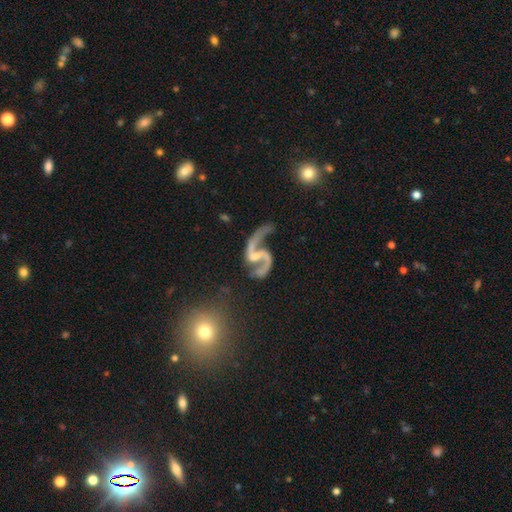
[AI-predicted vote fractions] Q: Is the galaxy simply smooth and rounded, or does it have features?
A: featured or disk — 90%.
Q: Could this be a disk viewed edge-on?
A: no — 98%.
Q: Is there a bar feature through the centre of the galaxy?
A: weak — 40%.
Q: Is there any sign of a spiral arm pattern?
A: yes — 96%.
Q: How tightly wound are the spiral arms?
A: loose — 70%.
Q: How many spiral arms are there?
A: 2 — 89%.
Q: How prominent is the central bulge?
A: small — 43%.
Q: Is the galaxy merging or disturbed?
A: none — 49%.